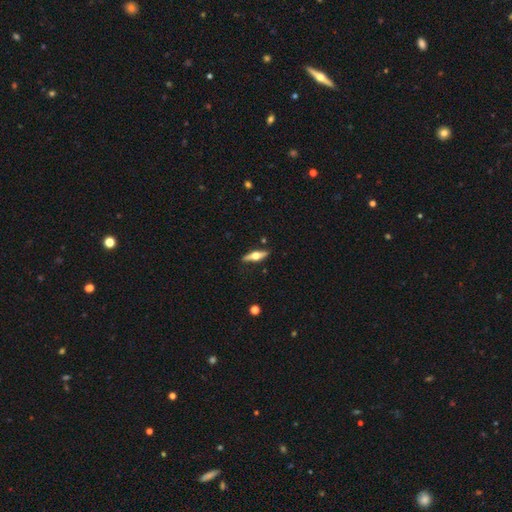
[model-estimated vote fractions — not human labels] This appears to be a featured or disk galaxy (68%) viewed edge-on (95%) with a rounded central bulge (96%). Merging: none (87%).